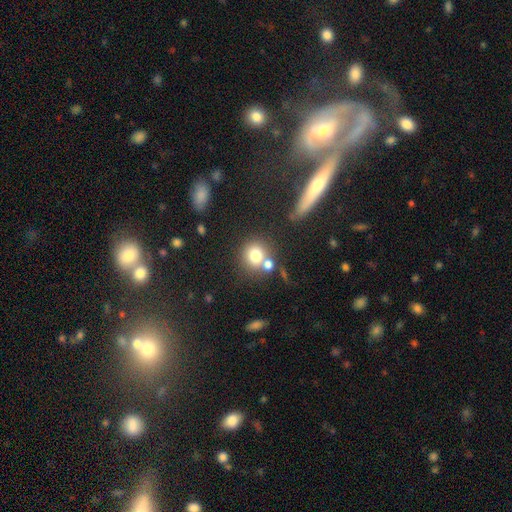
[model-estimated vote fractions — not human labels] The model was most divided on "merging": none: 58%, merger: 27%, minor disturbance: 10%, major disturbance: 5%. More confident: how rounded — round (83%); smooth or featured — smooth (76%).